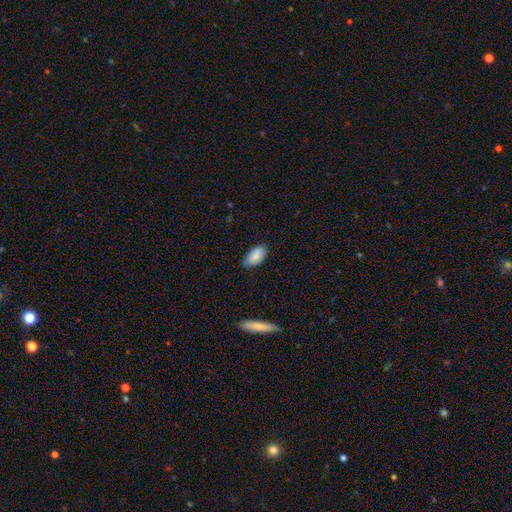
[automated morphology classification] Smooth or featured?
  - smooth: 86% *
  - featured or disk: 7%
  - star or artifact: 7%
How rounded?
  - in between: 94% *
  - round: 3%
  - cigar-shaped: 3%
Merging?
  - none: 79% *
  - minor disturbance: 17%
  - major disturbance: 3%
  - merger: 1%